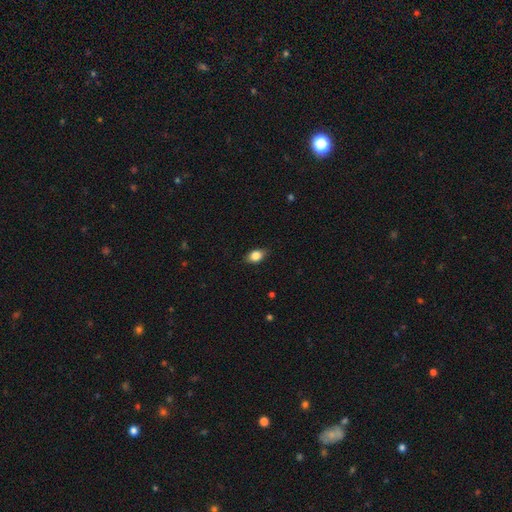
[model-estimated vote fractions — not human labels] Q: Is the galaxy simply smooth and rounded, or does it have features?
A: smooth — 82%.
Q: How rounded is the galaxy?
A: in between — 79%.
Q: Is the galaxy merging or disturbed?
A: none — 83%.